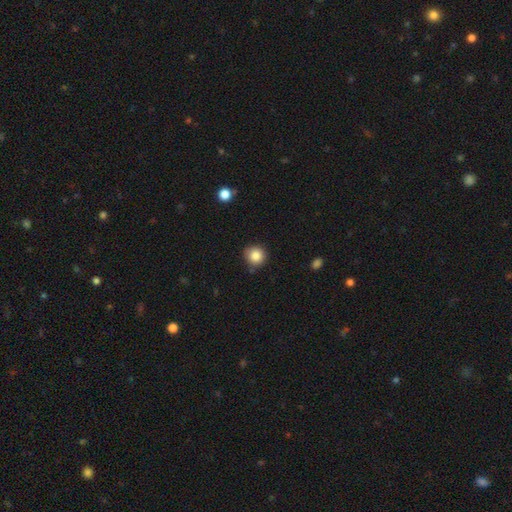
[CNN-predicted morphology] smooth_or_featured: smooth (p=0.85) [alt: star or artifact p=0.10]
how_rounded: round (p=0.92) [alt: in between p=0.07]
merging: none (p=0.82) [alt: minor disturbance p=0.13]